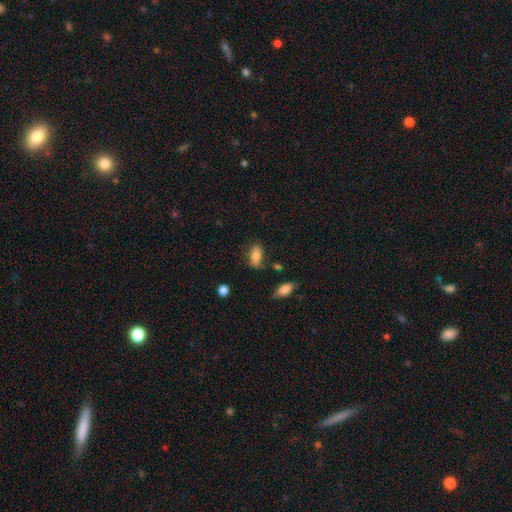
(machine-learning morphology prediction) A smooth galaxy with no disk features (78%) that is in between round and cigar-shaped (86%).

Vote fractions:
- Smooth or featured? smooth: 78% / featured or disk: 14% / star or artifact: 8%
- How rounded? in between: 86% / cigar-shaped: 10% / round: 4%
- Merging? none: 65% / minor disturbance: 24% / major disturbance: 7% / merger: 4%